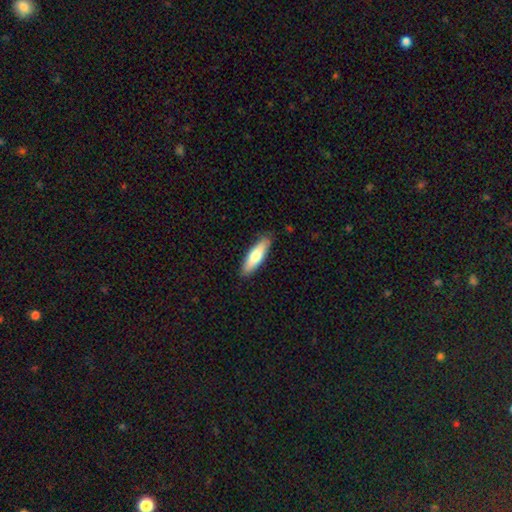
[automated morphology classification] Overall: smooth (71%). How rounded: cigar-shaped (56%; in between 43%). Merging: none (87%).